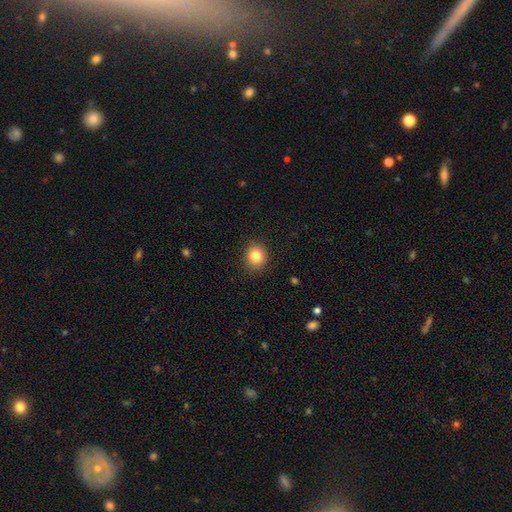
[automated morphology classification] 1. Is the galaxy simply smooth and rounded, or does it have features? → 85% smooth, 10% star or artifact, 5% featured or disk.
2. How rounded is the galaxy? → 74% round, 25% in between, 1% cigar-shaped.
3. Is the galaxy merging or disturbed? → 85% none, 11% minor disturbance, 3% major disturbance, 1% merger.